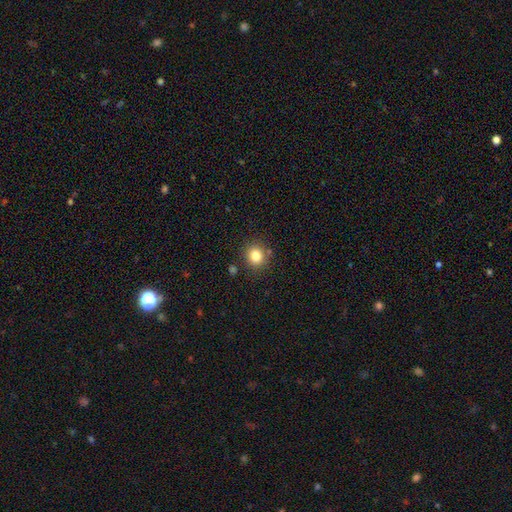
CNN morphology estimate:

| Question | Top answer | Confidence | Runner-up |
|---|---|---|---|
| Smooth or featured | smooth | 82% | star or artifact (12%) |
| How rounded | round | 84% | in between (15%) |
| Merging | none | 83% | minor disturbance (9%) |